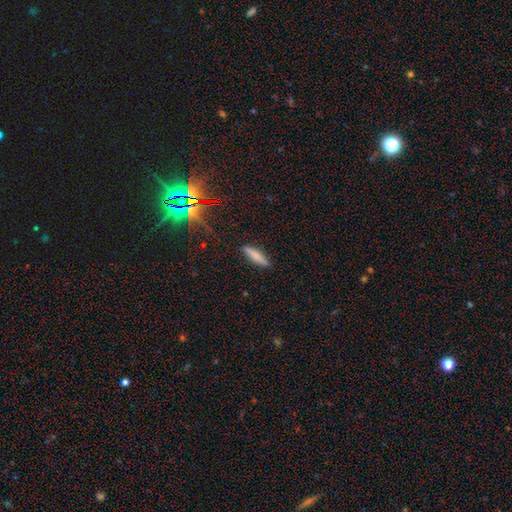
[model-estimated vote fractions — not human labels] smooth-or-featured: smooth: 73% | featured or disk: 19% | star or artifact: 8%
  how-rounded: cigar-shaped: 82% | in between: 17% | round: 2%
  merging: none: 88% | minor disturbance: 9% | major disturbance: 2% | merger: 1%